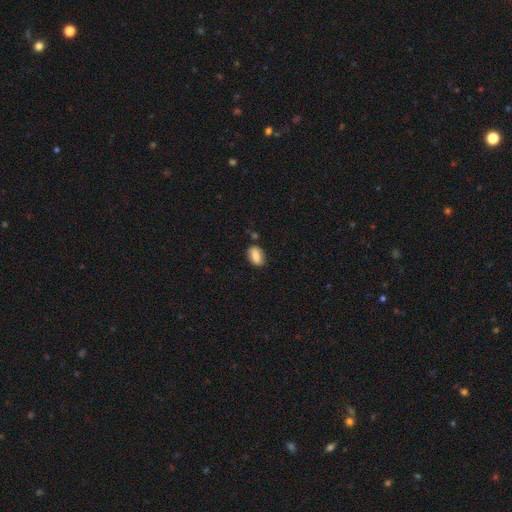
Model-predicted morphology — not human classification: smooth 78%, featured or disk 14%, star or artifact 8%. Down the decision tree: how rounded — in between (86%); merging — none (79%).